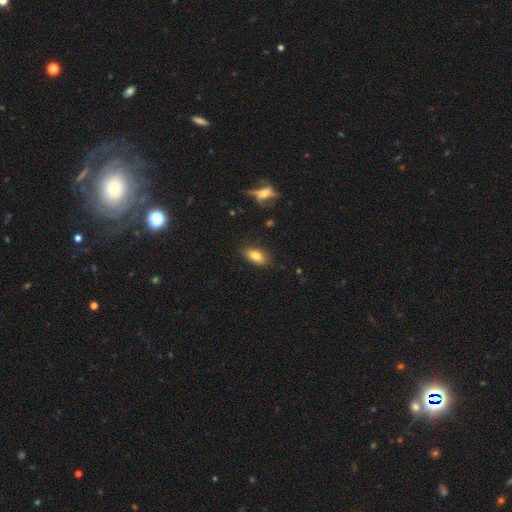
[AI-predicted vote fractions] This is likely a smooth galaxy (78%). How rounded: clearly in between (88%). Merging: clearly none (83%).